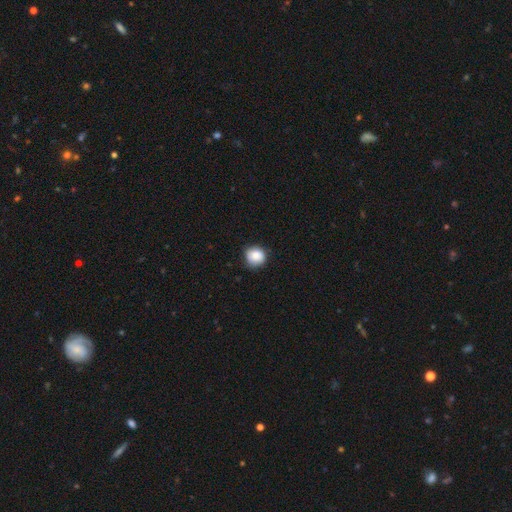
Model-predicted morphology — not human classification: A smooth galaxy with no disk features (83%) that is round (89%). Merging: none (74%).